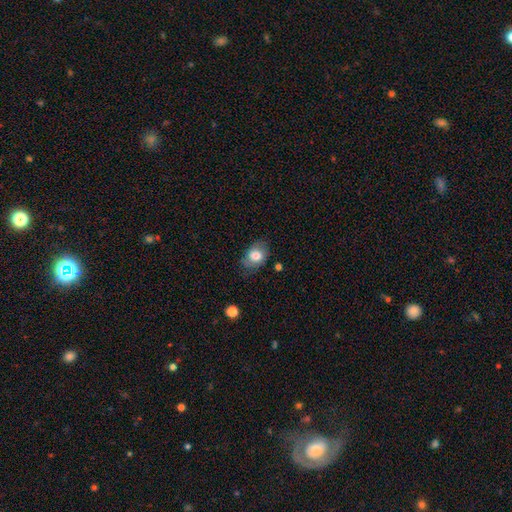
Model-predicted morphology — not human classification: This appears to be a smooth galaxy with no disk features (76%) that is in between round and cigar-shaped (73%). Merging: none (63%).